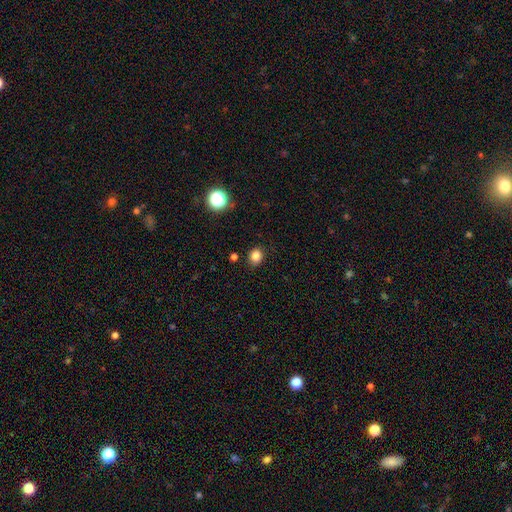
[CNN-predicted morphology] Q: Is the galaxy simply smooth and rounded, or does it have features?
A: smooth — 83%.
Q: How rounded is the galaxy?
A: round — 67%.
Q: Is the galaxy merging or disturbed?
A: none — 86%.